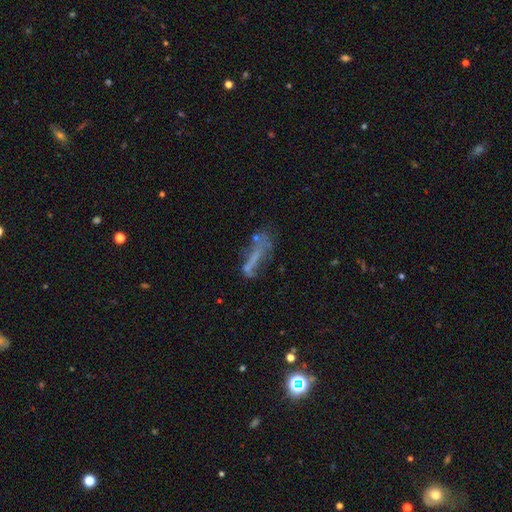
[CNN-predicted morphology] Smooth or featured: featured or disk — 42% (smooth — 40%)
Merging: none — 37% (major disturbance — 27%)